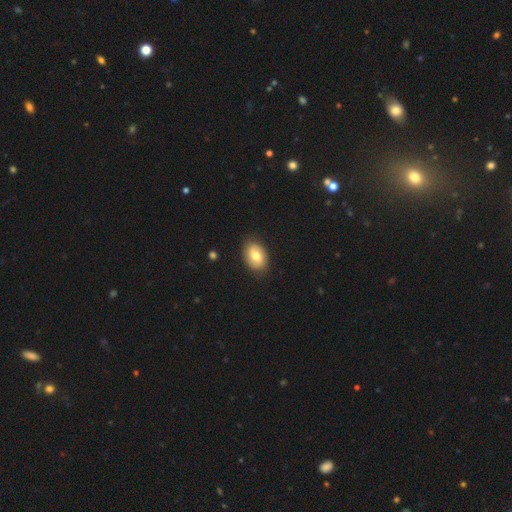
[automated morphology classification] Smooth or featured?
  - smooth: 73% *
  - featured or disk: 20%
  - star or artifact: 7%
How rounded?
  - in between: 85% *
  - round: 14%
  - cigar-shaped: 1%
Merging?
  - none: 86% *
  - minor disturbance: 11%
  - major disturbance: 2%
  - merger: 1%